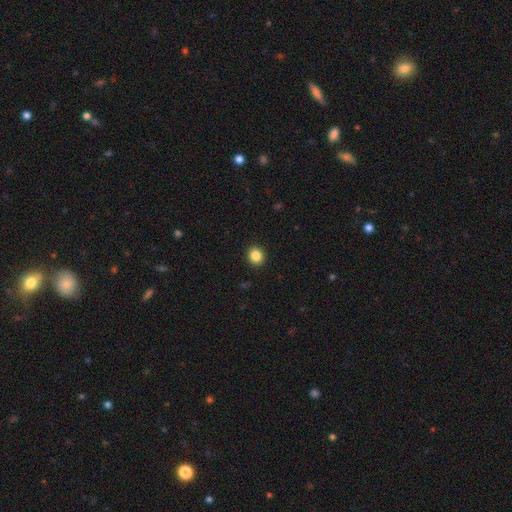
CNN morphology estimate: A smooth galaxy with no disk features (86%) that is round (82%). Merging: none (92%).